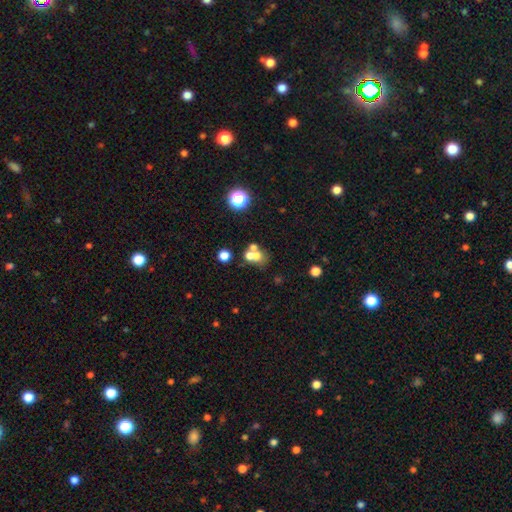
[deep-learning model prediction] Q: Smooth or featured?
A: smooth (60%); runner-up: featured or disk (22%)
Q: How rounded?
A: round (67%); runner-up: in between (32%)
Q: Merging?
A: merger (54%); runner-up: none (34%)